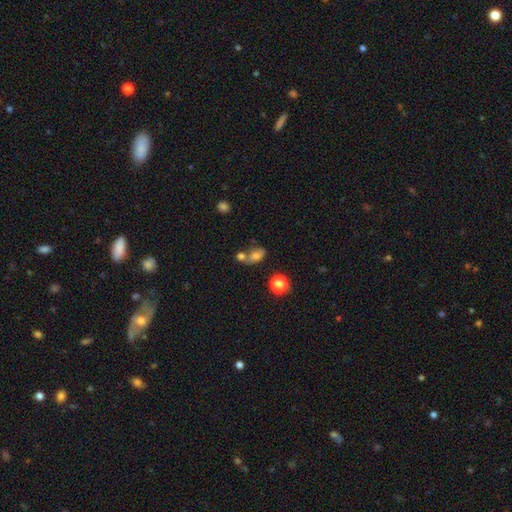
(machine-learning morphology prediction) Smooth or featured? Predicted: smooth (p=0.72). How rounded? Predicted: in between (p=0.75). Merging? Predicted: merger (p=0.41).